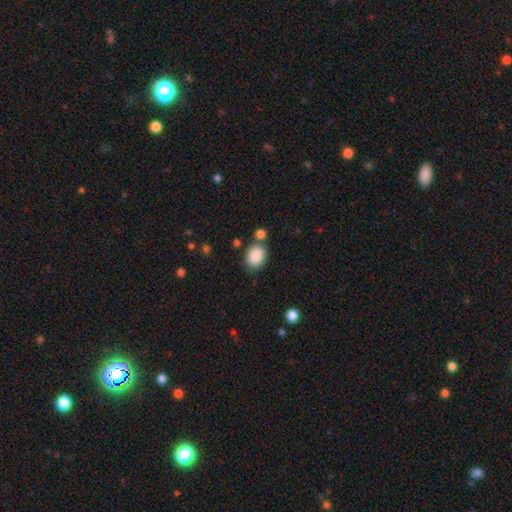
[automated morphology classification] Smooth or featured? smooth (88%)
How rounded? in between (62%)
Merging? none (72%)